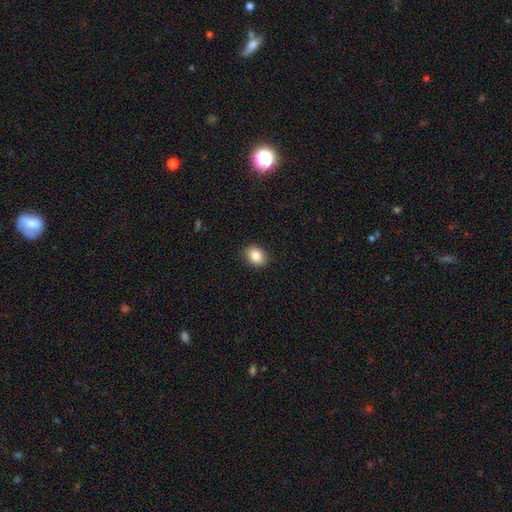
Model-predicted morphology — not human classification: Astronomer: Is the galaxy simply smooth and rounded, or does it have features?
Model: smooth — 86%.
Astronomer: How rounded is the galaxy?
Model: in between — 65%.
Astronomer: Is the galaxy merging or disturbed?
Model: none — 89%.